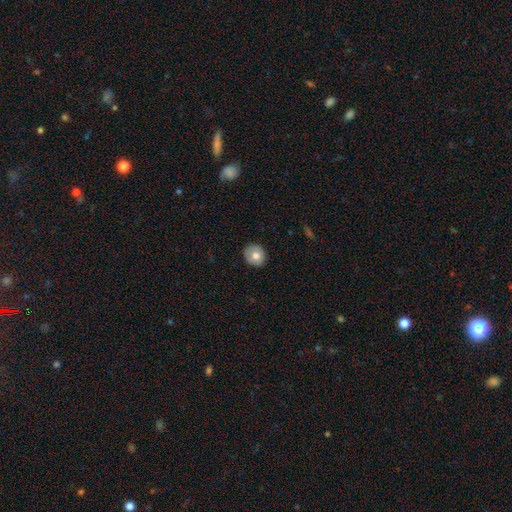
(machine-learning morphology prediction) A smooth galaxy with no disk features (69%) that is round (76%). Merging: none (84%).